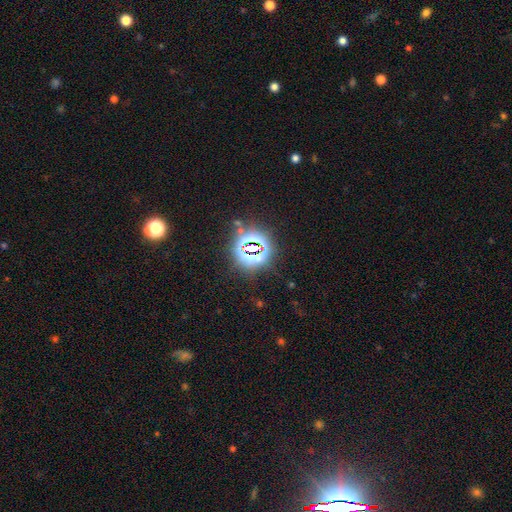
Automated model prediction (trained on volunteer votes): Smooth or featured: star or artifact — 77% (smooth — 15%)